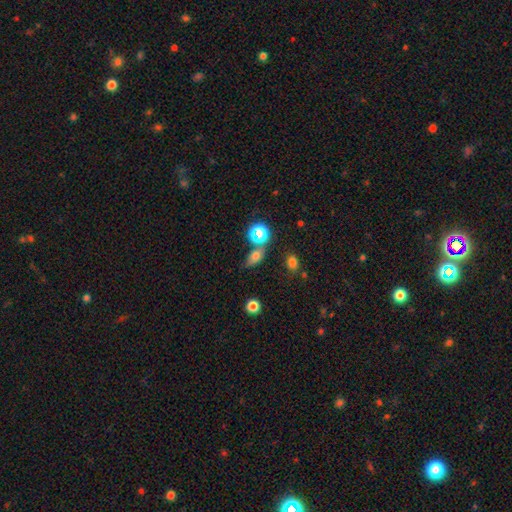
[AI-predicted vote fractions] Overall: smooth (64%). How rounded: in between (72%). Merging: none (61%).